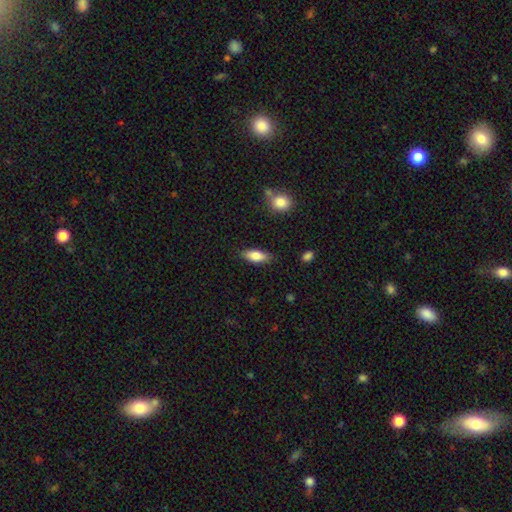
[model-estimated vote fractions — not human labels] Smooth or featured? smooth (78%)
How rounded? in between (77%)
Merging? none (85%)